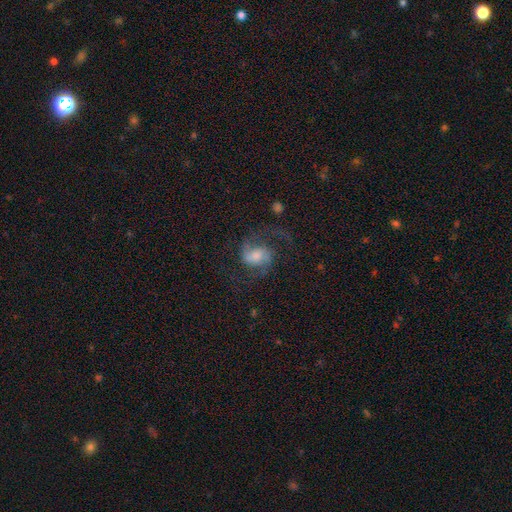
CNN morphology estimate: Smooth or featured? featured or disk (79%)
Edge-on disk? no (98%)
Bar? weak (45%)
Spiral arms? yes (96%)
Spiral winding? medium (50%)
Spiral arm count? 2 (88%)
Bulge size? moderate (44%)
Merging? none (65%)